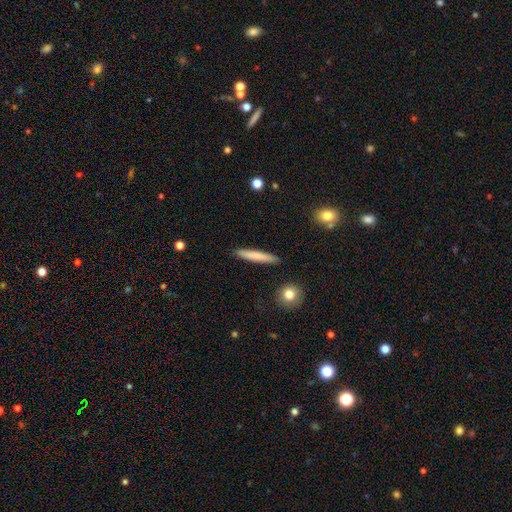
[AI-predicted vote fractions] Smooth or featured? smooth (76%)
How rounded? cigar-shaped (94%)
Merging? none (91%)